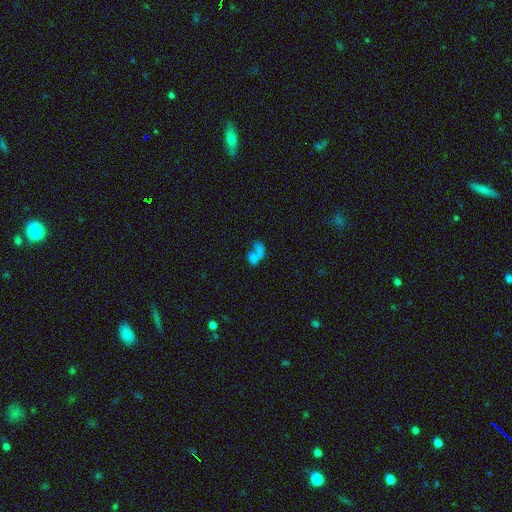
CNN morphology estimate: Q: Smooth or featured?
A: smooth (63%); runner-up: featured or disk (20%)
Q: How rounded?
A: in between (77%); runner-up: round (18%)
Q: Merging?
A: merger (63%); runner-up: none (18%)